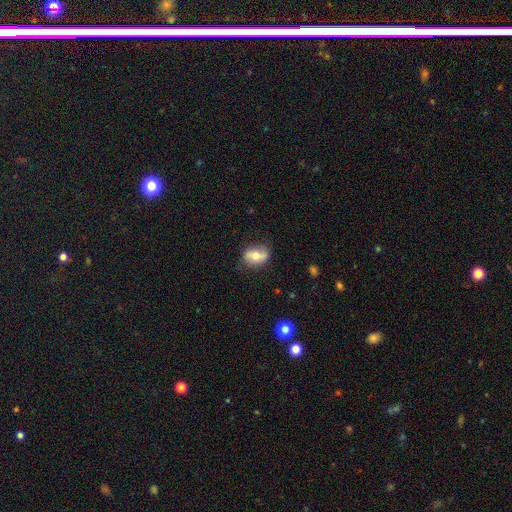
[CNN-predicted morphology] A smooth galaxy with no disk features (50%). Merging: none (74%).